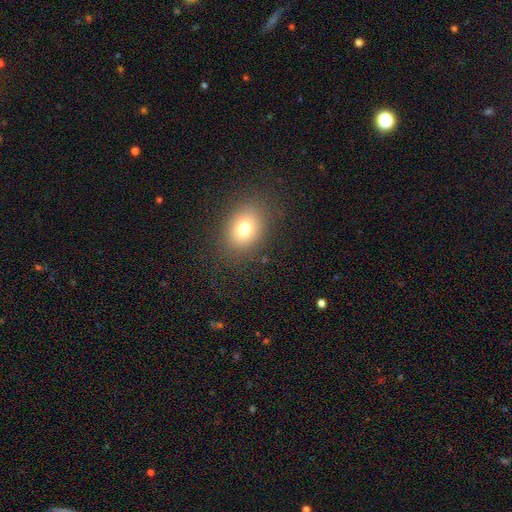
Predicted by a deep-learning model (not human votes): This is likely a smooth galaxy (73%). How rounded: likely in between (63%). Merging: clearly none (91%).